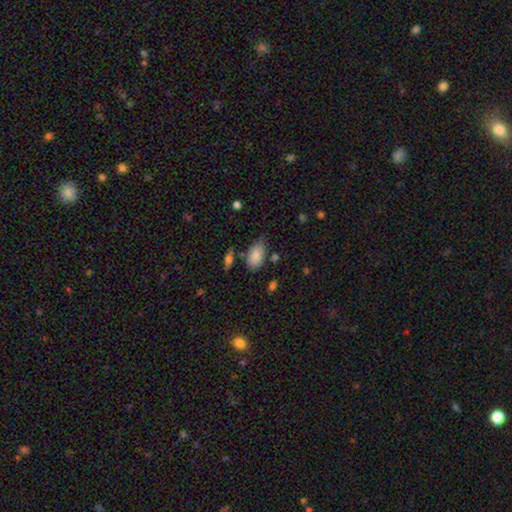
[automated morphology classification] Smooth or featured? Predicted: smooth (p=0.84). How rounded? Predicted: in between (p=0.92). Merging? Predicted: none (p=0.64).